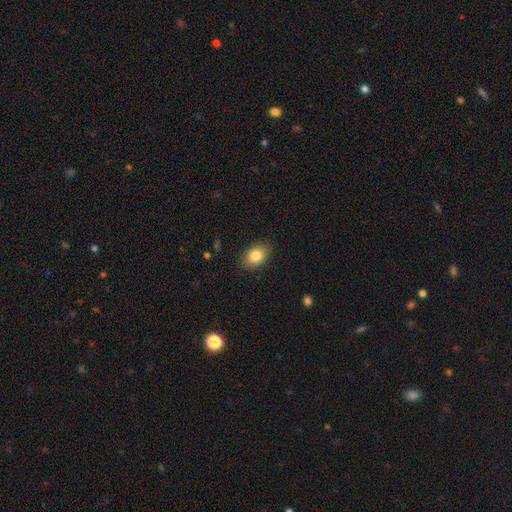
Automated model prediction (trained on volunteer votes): Smooth or featured: smooth — 83% (featured or disk — 9%)
How rounded: in between — 80% (round — 19%)
Merging: none — 86% (minor disturbance — 11%)